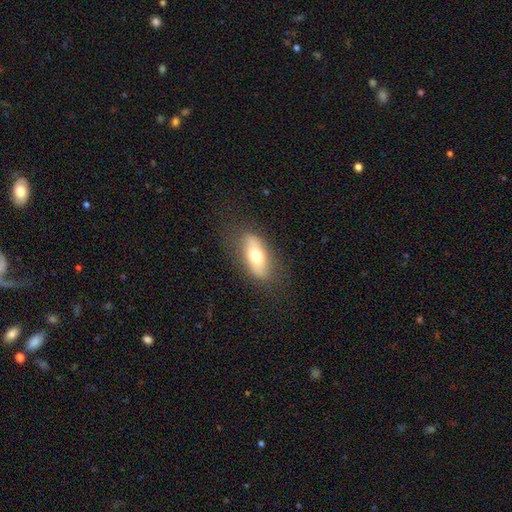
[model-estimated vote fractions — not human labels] Smooth or featured?
  - smooth: 67% *
  - featured or disk: 26%
  - star or artifact: 7%
How rounded?
  - in between: 79% *
  - cigar-shaped: 17%
  - round: 4%
Merging?
  - none: 79% *
  - minor disturbance: 15%
  - major disturbance: 5%
  - merger: 1%